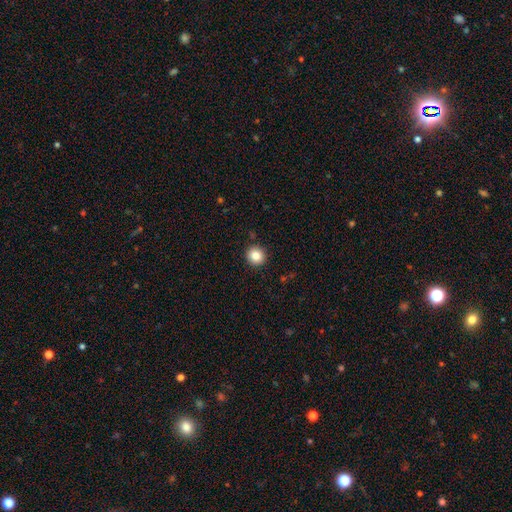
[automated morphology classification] A smooth galaxy with no disk features (85%) that is round (92%). Merging: none (92%).